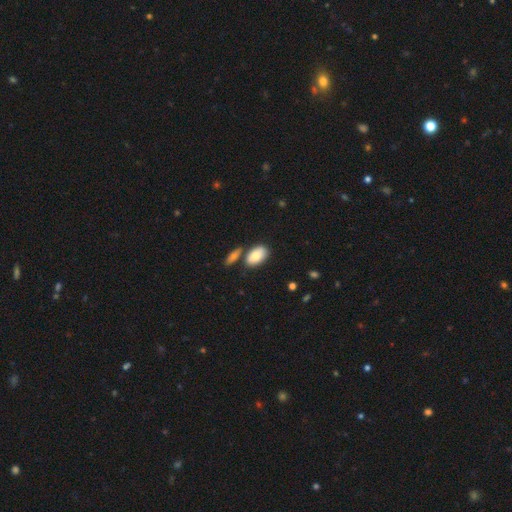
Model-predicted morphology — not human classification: Smooth or featured? smooth (79%)
How rounded? in between (91%)
Merging? none (63%)